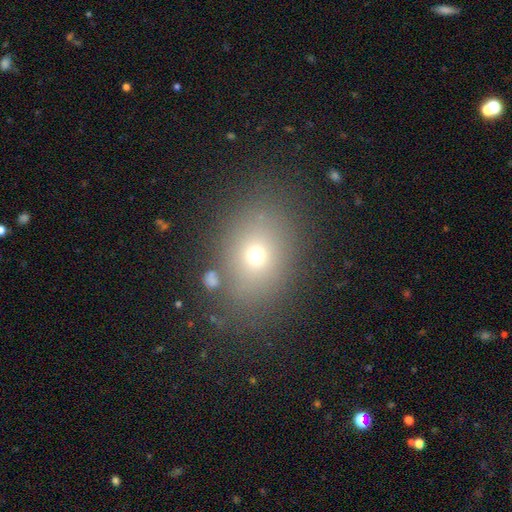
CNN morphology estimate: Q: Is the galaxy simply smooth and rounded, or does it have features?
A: smooth — 65%.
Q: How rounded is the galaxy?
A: in between — 59%.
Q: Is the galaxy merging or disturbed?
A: none — 80%.